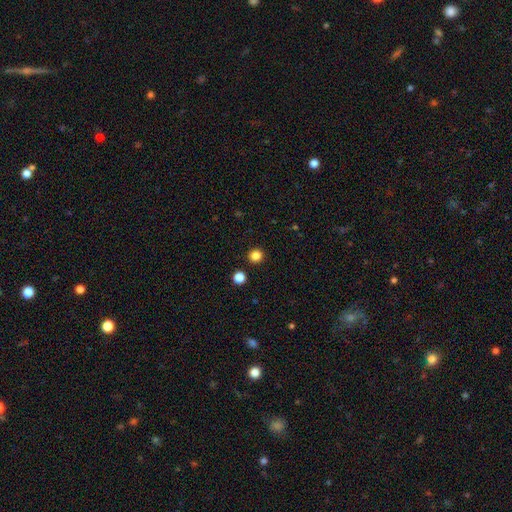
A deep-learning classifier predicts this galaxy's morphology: smooth-or-featured: smooth: 84% | star or artifact: 13% | featured or disk: 3%
  how-rounded: round: 93% | in between: 6% | cigar-shaped: 1%
  merging: none: 92% | minor disturbance: 4% | merger: 2% | major disturbance: 2%